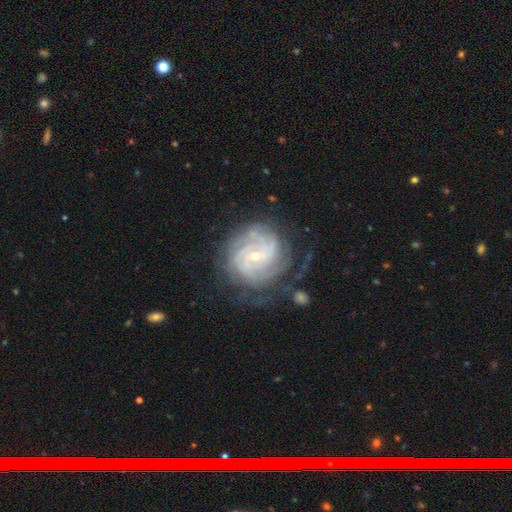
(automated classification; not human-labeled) smooth-or-featured: featured or disk: 86% | smooth: 8% | star or artifact: 6%
  disk-edge-on: no: 98% | yes: 2%
    bar: no: 66% | weak: 27% | strong: 7%
    has-spiral-arms: yes: 97% | no: 3%
      spiral-winding: tight: 75% | medium: 21% | loose: 5%
      spiral-arm-count: can't tell: 29% | 4: 22% | 3: 18% | 2: 14% | more than 4: 9% | 1: 6%
    bulge-size: small: 79% | moderate: 18% | none: 1% | large: 1% | dominant: 1%
  merging: none: 65% | minor disturbance: 20% | major disturbance: 13% | merger: 2%